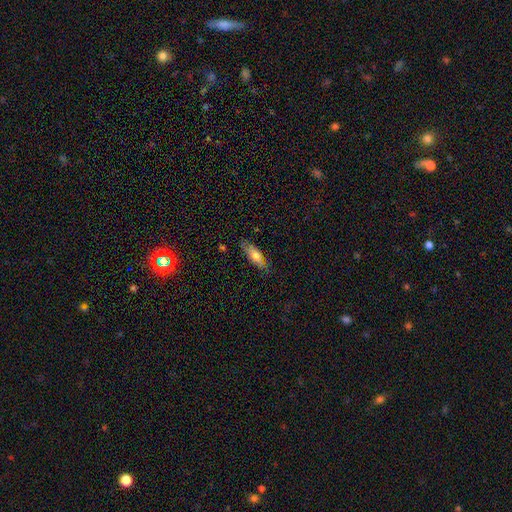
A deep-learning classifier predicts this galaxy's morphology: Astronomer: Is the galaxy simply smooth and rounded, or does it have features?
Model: smooth — 70%.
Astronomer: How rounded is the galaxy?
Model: in between — 55% (runner-up: cigar-shaped, 43%).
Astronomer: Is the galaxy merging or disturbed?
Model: none — 76%.